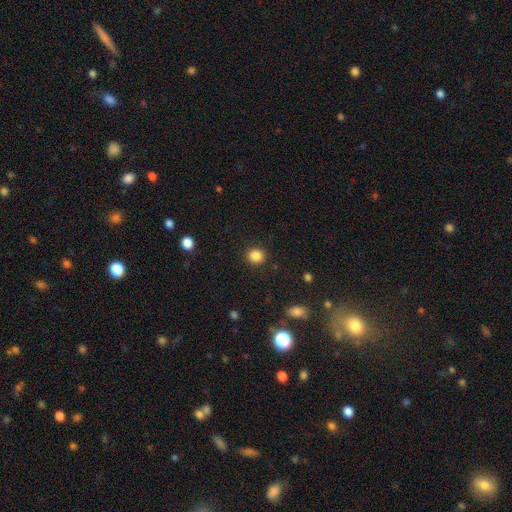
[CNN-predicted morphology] This appears to be a smooth galaxy with no disk features (85%) that is round (88%). Merging: none (91%).